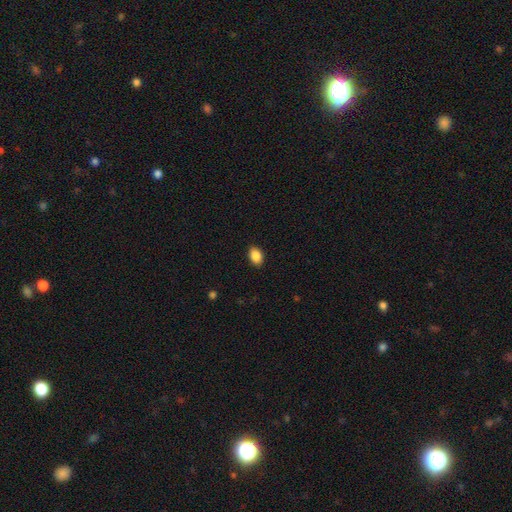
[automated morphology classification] A smooth galaxy with no disk features (89%) that is in between round and cigar-shaped (83%).

Vote fractions:
- Smooth or featured? smooth: 89% / star or artifact: 8% / featured or disk: 4%
- How rounded? in between: 83% / round: 16% / cigar-shaped: 1%
- Merging? none: 89% / minor disturbance: 8% / major disturbance: 2% / merger: 1%